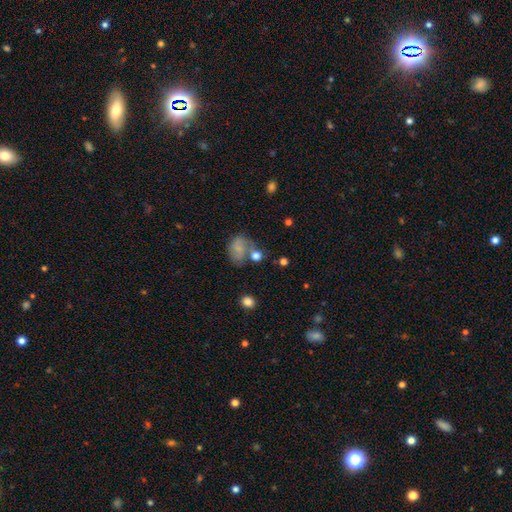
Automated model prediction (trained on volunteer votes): A smooth galaxy with no disk features (66%) that is round (66%).

Vote fractions:
- Smooth or featured? smooth: 66% / featured or disk: 21% / star or artifact: 13%
- How rounded? round: 66% / in between: 33% / cigar-shaped: 1%
- Merging? none: 47% / merger: 27% / minor disturbance: 16% / major disturbance: 9%